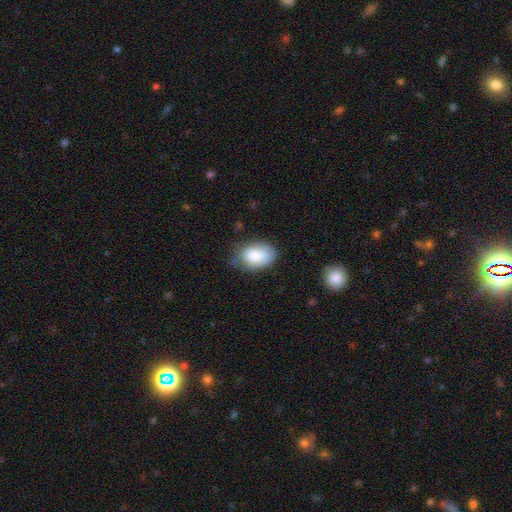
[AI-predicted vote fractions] smooth_or_featured: smooth (p=0.83) [alt: featured or disk p=0.10]
how_rounded: in between (p=0.84) [alt: round p=0.15]
merging: none (p=0.62) [alt: minor disturbance p=0.29]